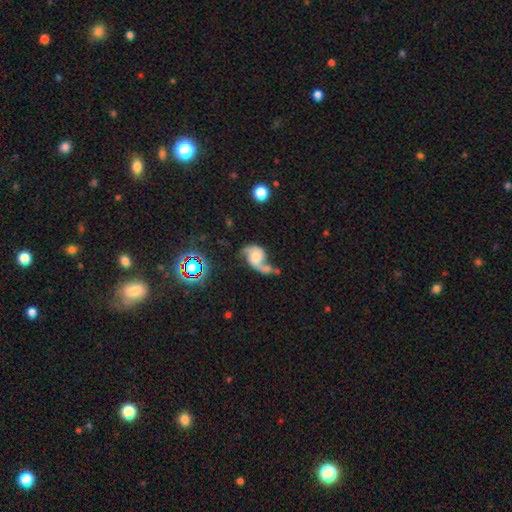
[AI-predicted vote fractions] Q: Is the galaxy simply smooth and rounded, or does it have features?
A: featured or disk — 73%.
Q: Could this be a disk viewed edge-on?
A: no — 97%.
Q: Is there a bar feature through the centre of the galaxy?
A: no — 69%.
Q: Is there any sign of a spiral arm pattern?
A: yes — 92%.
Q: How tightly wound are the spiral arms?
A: loose — 67%.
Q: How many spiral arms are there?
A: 2 — 79%.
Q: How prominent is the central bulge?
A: moderate — 37%.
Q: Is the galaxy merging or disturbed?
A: merger — 33%.